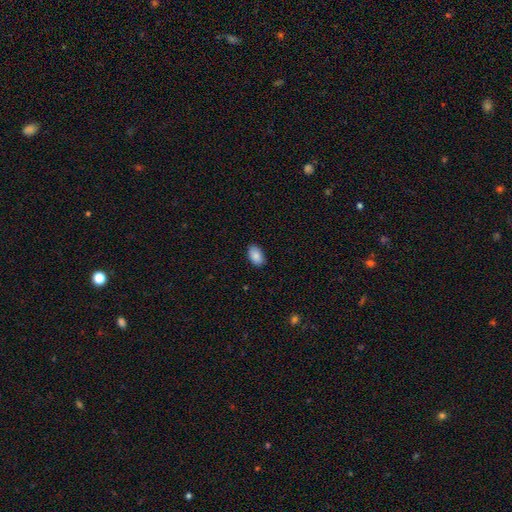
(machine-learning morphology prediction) Smooth or featured? smooth (89%)
How rounded? in between (92%)
Merging? none (86%)